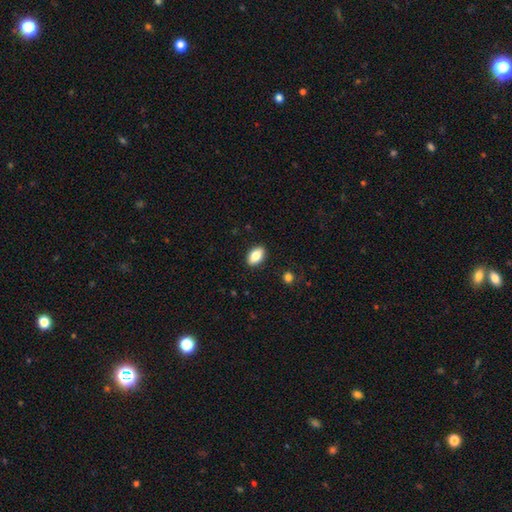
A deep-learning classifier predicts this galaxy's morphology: A smooth galaxy with no disk features (84%) that is in between round and cigar-shaped (91%).

Vote fractions:
- Smooth or featured? smooth: 84% / featured or disk: 9% / star or artifact: 8%
- How rounded? in between: 91% / round: 6% / cigar-shaped: 3%
- Merging? none: 89% / minor disturbance: 8% / major disturbance: 2% / merger: 1%